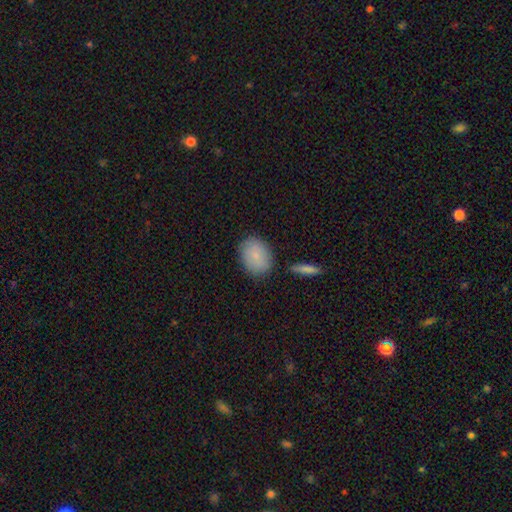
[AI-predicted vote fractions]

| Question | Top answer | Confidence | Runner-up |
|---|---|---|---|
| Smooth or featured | smooth | 85% | featured or disk (9%) |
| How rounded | in between | 64% | round (34%) |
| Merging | none | 79% | minor disturbance (13%) |